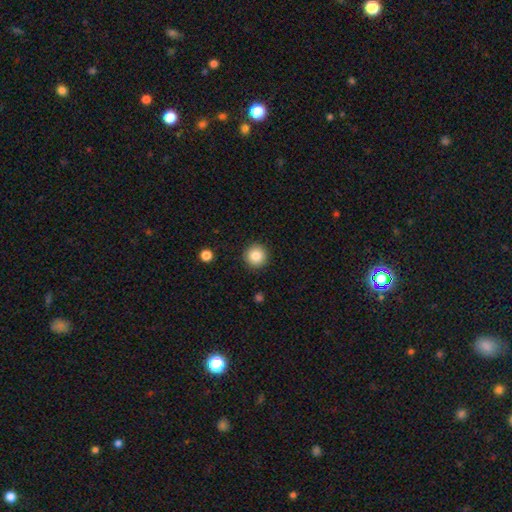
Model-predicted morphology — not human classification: A smooth galaxy with no disk features (85%) that is round (95%).

Vote fractions:
- Smooth or featured? smooth: 85% / star or artifact: 10% / featured or disk: 6%
- How rounded? round: 95% / in between: 4% / cigar-shaped: 1%
- Merging? none: 91% / minor disturbance: 6% / major disturbance: 2% / merger: 1%